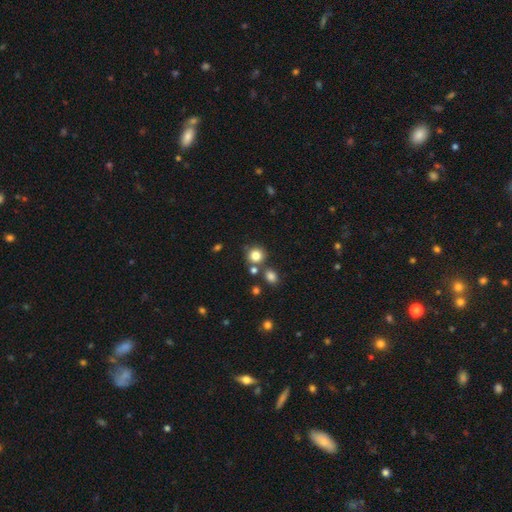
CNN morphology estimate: Smooth or featured? Predicted: smooth (p=0.81). How rounded? Predicted: round (p=0.89). Merging? Predicted: none (p=0.72).